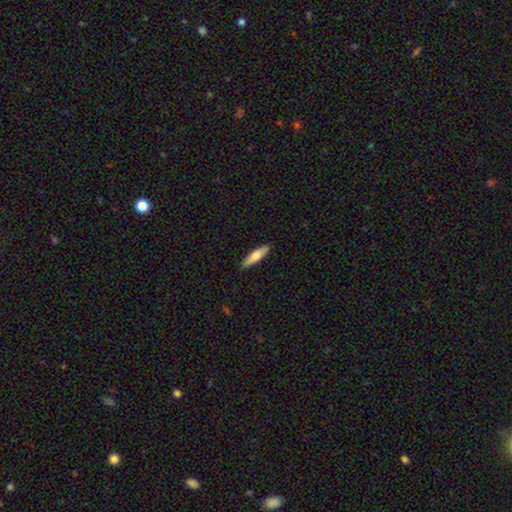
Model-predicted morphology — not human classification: Q: Smooth or featured?
A: smooth (63%); runner-up: featured or disk (31%)
Q: How rounded?
A: cigar-shaped (74%); runner-up: in between (25%)
Q: Merging?
A: none (89%); runner-up: minor disturbance (8%)